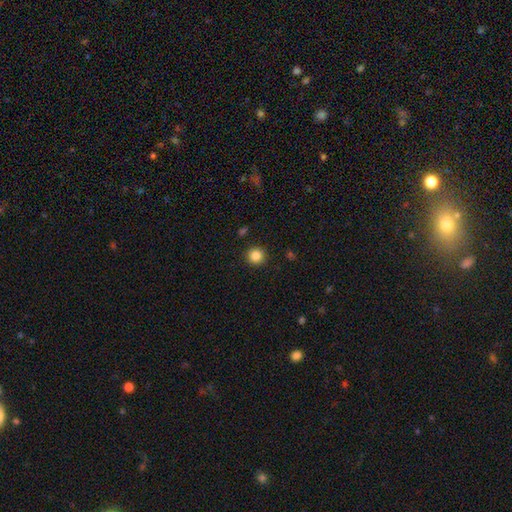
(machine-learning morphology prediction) smooth-or-featured: smooth: 85% | star or artifact: 11% | featured or disk: 4%
  how-rounded: round: 95% | in between: 4% | cigar-shaped: 1%
  merging: none: 92% | minor disturbance: 5% | major disturbance: 2% | merger: 1%